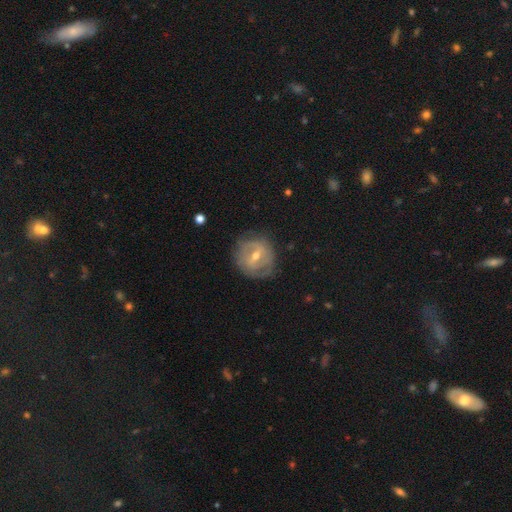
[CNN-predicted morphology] Smooth or featured? Predicted: featured or disk (p=0.69). Edge-on disk? Predicted: no (p=0.95). Bar? Predicted: weak (p=0.49). Spiral arms? Predicted: yes (p=0.60). Bulge size? Predicted: moderate (p=0.58). Merging? Predicted: none (p=0.76).